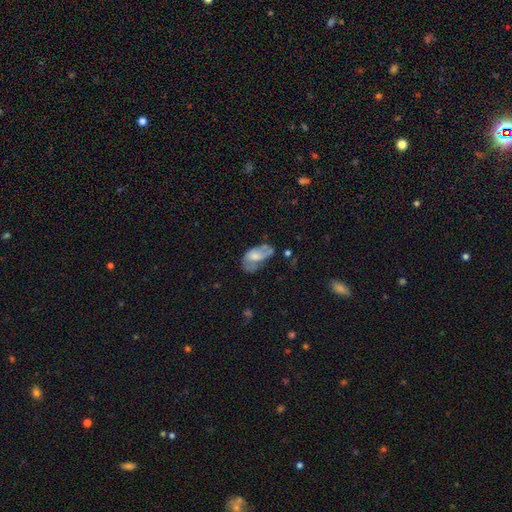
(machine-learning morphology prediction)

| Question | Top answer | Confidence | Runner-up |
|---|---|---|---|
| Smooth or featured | smooth | 47% | featured or disk (44%) |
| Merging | major disturbance | 33% | none (30%) |